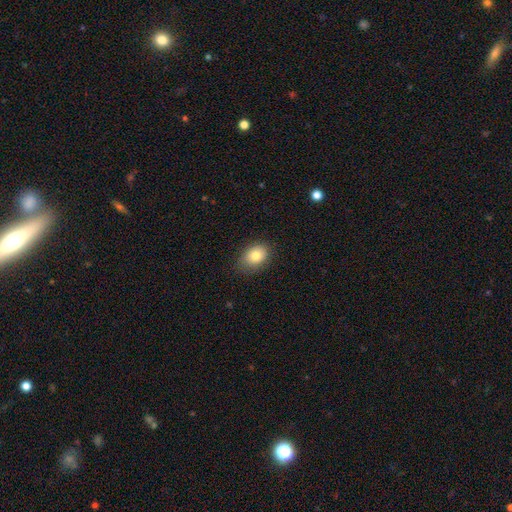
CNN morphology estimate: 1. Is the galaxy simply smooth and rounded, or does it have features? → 80% smooth, 11% featured or disk, 9% star or artifact.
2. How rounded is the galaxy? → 69% in between, 30% round, 1% cigar-shaped.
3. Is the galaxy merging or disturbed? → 79% none, 17% minor disturbance, 3% major disturbance, 1% merger.